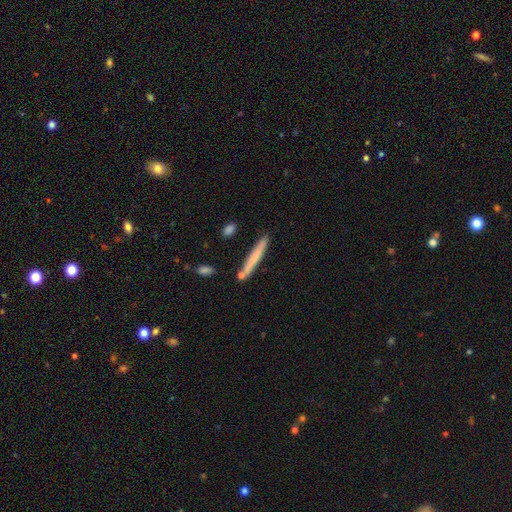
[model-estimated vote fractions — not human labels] This is likely a smooth galaxy (66%). How rounded: clearly cigar-shaped (95%). Merging: likely none (80%).